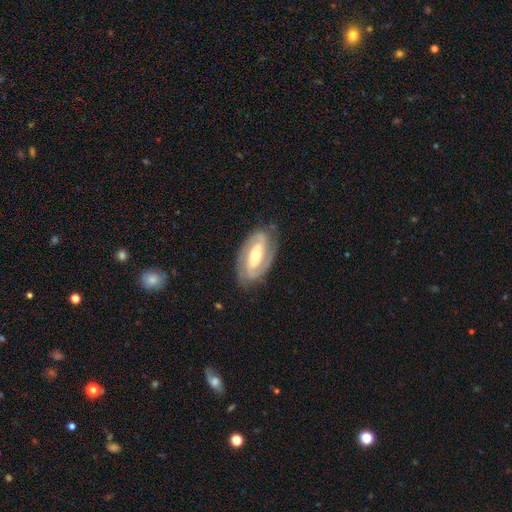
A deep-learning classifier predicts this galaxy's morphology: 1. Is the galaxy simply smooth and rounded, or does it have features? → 85% featured or disk, 11% smooth, 4% star or artifact.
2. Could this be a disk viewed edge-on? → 94% no, 6% yes.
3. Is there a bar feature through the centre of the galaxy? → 40% strong, 31% weak, 30% no.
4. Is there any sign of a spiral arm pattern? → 93% yes, 7% no.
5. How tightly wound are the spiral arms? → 54% tight, 36% medium, 10% loose.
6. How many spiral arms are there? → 85% 2, 7% can't tell, 3% 3, 2% 1, 1% 4, 1% more than 4.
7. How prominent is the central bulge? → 61% moderate, 32% small, 5% large, 1% dominant, 1% none.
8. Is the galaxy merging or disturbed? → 81% none, 13% minor disturbance, 4% major disturbance, 1% merger.